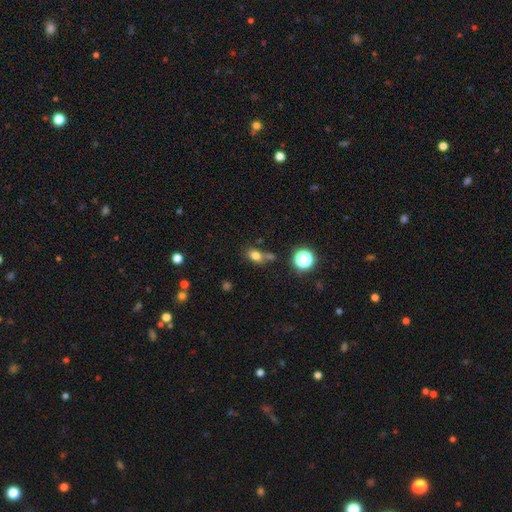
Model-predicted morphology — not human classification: A smooth galaxy with no disk features (76%) that is in between round and cigar-shaped (67%). Merging: none (56%).